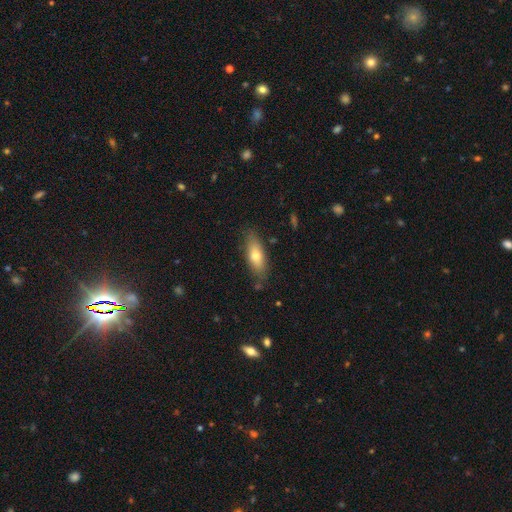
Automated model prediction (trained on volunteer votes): This is likely a smooth galaxy (70%). How rounded: likely in between (64%). Merging: likely none (80%).